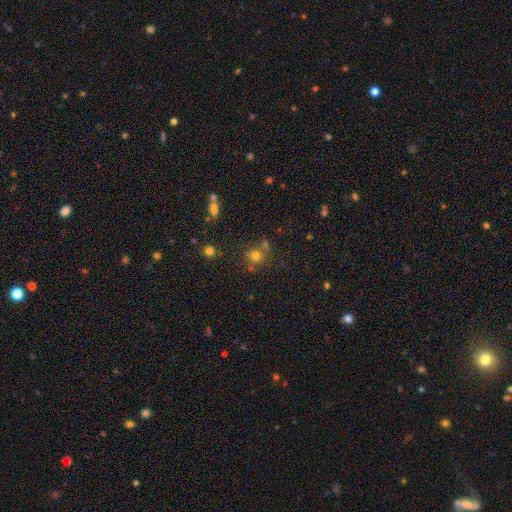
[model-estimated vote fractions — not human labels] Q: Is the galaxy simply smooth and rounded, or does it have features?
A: smooth — 70%.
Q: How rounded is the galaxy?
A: round — 83%.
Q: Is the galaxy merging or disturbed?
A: none — 60%.